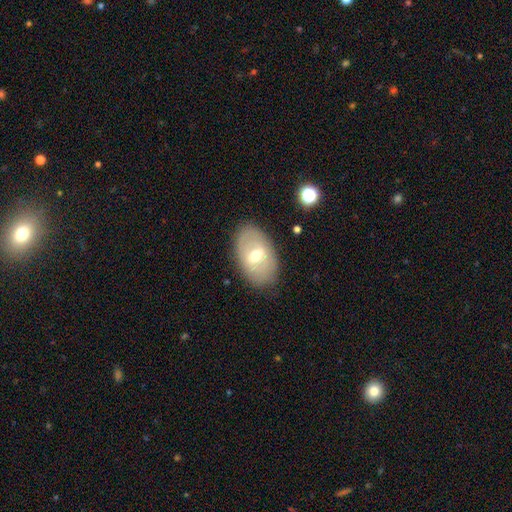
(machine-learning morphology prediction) Smooth or featured? Predicted: featured or disk (p=0.51). Edge-on disk? Predicted: no (p=0.89). Merging? Predicted: none (p=0.82).